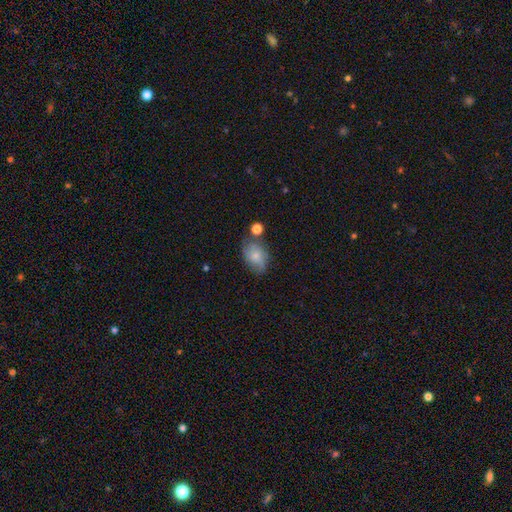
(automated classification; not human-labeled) Smooth or featured? Predicted: smooth (p=0.65). How rounded? Predicted: in between (p=0.80). Merging? Predicted: none (p=0.52).